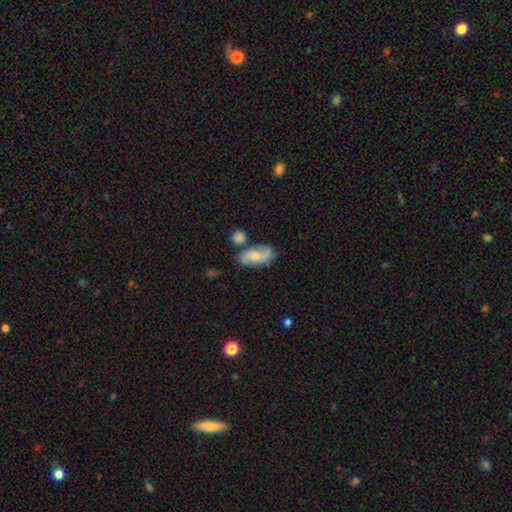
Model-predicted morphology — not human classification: smooth-or-featured: featured or disk: 66% | smooth: 27% | star or artifact: 7%
  disk-edge-on: no: 95% | yes: 5%
    bar: no: 49% | weak: 39% | strong: 12%
    has-spiral-arms: yes: 92% | no: 8%
      spiral-winding: loose: 45% | medium: 39% | tight: 16%
      spiral-arm-count: 2: 89% | can't tell: 5% | 1: 2% | 3: 1% | 4: 1% | more than 4: 1%
    bulge-size: moderate: 49% | small: 39% | none: 6% | large: 5% | dominant: 1%
  merging: none: 65% | minor disturbance: 17% | merger: 13% | major disturbance: 5%